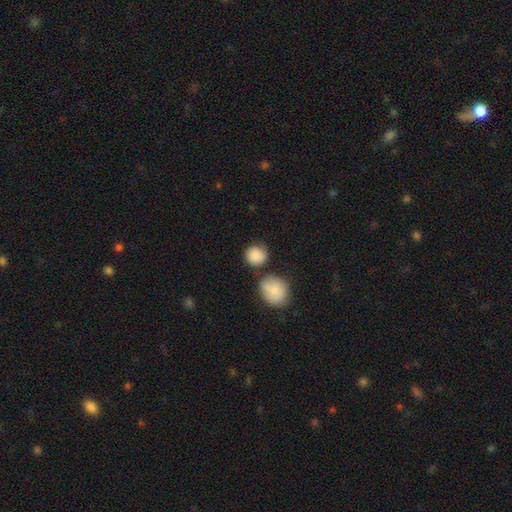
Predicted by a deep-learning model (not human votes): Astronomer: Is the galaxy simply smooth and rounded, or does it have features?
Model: smooth — 87%.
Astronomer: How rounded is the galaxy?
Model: round — 88%.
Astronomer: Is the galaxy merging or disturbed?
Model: none — 69%.